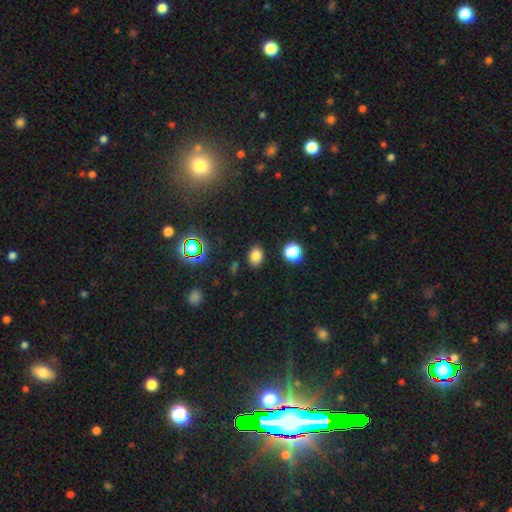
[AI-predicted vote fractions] This is likely a smooth galaxy (79%). How rounded: likely in between (70%). Merging: clearly none (85%).